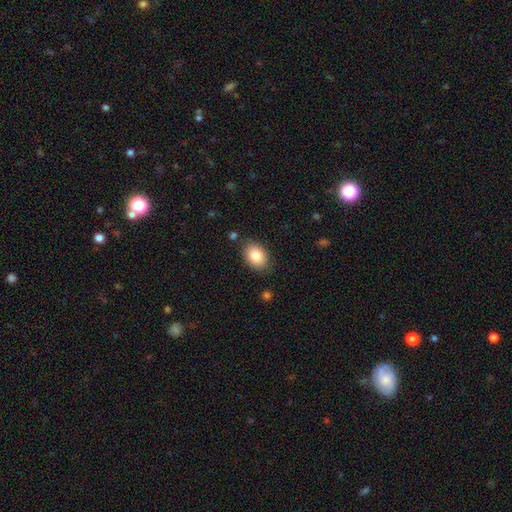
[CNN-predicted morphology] type=smooth (84%); roundness=in between (78%); merging=none (83%).